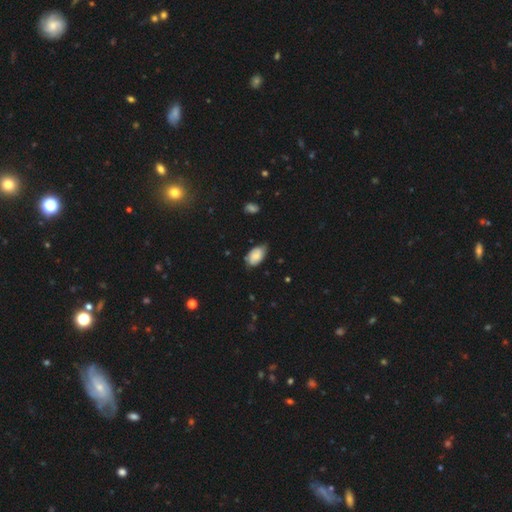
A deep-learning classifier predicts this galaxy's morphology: A smooth galaxy with no disk features (69%) that is in between round and cigar-shaped (92%).

Vote fractions:
- Smooth or featured? smooth: 69% / featured or disk: 23% / star or artifact: 8%
- How rounded? in between: 92% / round: 6% / cigar-shaped: 2%
- Merging? none: 59% / minor disturbance: 33% / major disturbance: 6% / merger: 2%